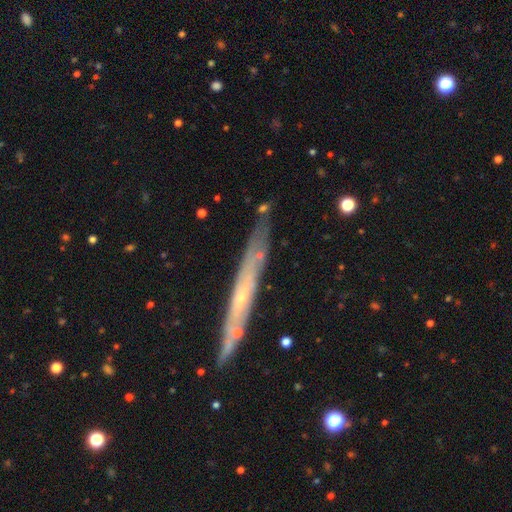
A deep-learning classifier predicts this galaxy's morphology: smooth-or-featured: featured or disk: 62% | smooth: 30% | star or artifact: 8%
  disk-edge-on: yes: 73% | no: 27%
  merging: none: 75% | minor disturbance: 15% | merger: 6% | major disturbance: 4%